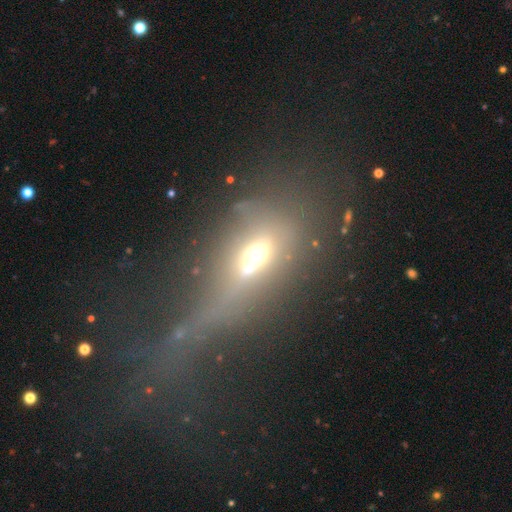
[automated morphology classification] Smooth or featured? smooth (44%)
Merging? major disturbance (36%)